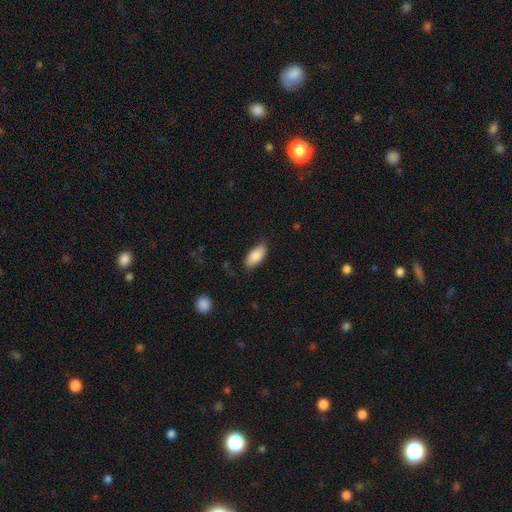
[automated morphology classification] smooth_or_featured: smooth (p=0.85) [alt: featured or disk p=0.09]
how_rounded: in between (p=0.88) [alt: cigar-shaped p=0.09]
merging: none (p=0.74) [alt: minor disturbance p=0.20]